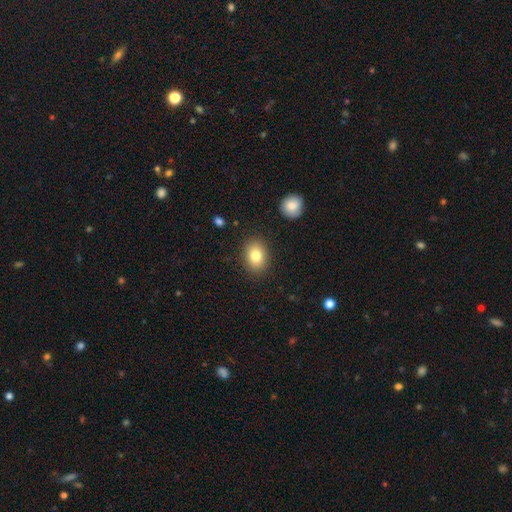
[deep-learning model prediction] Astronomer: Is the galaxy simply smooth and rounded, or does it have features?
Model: smooth — 81%.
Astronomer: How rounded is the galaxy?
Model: in between — 65%.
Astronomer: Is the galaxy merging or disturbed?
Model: none — 87%.